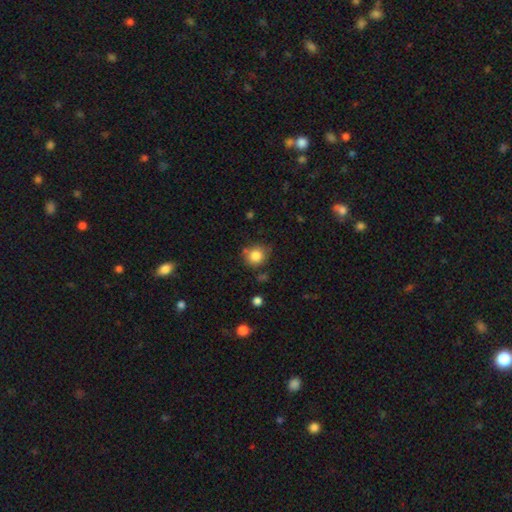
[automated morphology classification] smooth-or-featured: smooth: 84% | star or artifact: 10% | featured or disk: 6%
  how-rounded: round: 86% | in between: 13% | cigar-shaped: 1%
  merging: none: 73% | minor disturbance: 16% | merger: 7% | major disturbance: 4%